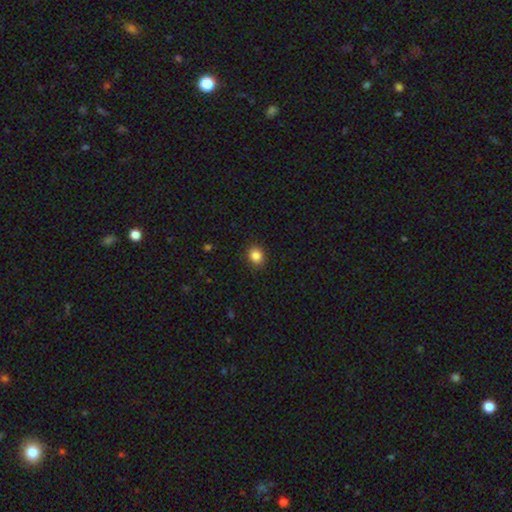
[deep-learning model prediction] The model was most divided on "how rounded": round: 66%, in between: 33%, cigar-shaped: 1%. More confident: merging — none (90%); smooth or featured — smooth (86%).